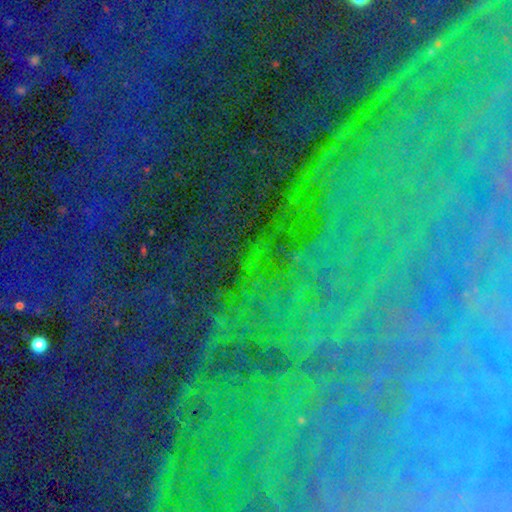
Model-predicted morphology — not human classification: Smooth or featured? star or artifact (81%)